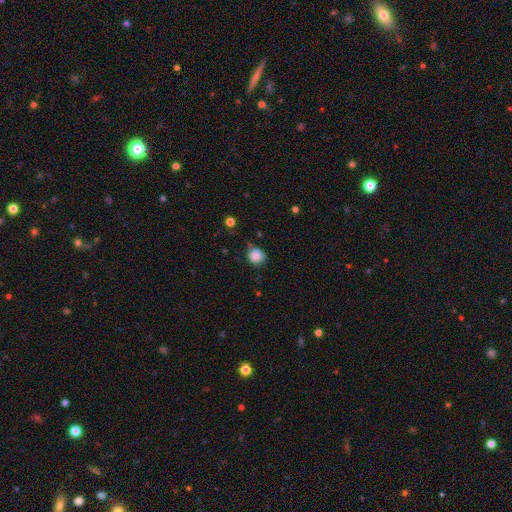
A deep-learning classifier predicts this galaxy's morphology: This is clearly a smooth galaxy (83%). How rounded: clearly round (82%). Merging: possibly none (60%).